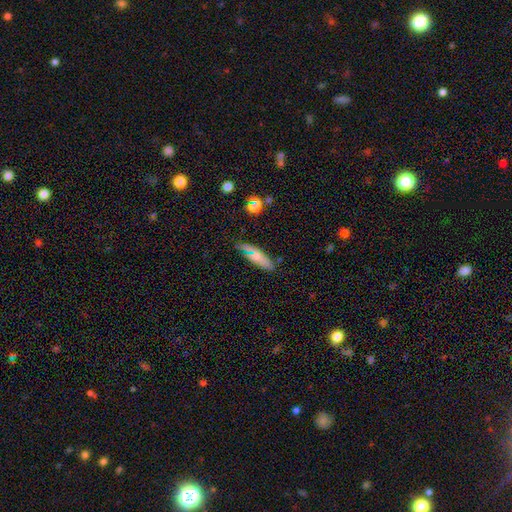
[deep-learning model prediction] Smooth or featured?
  - smooth: 67% *
  - featured or disk: 22%
  - star or artifact: 11%
How rounded?
  - cigar-shaped: 64% *
  - in between: 33%
  - round: 3%
Merging?
  - none: 75% *
  - minor disturbance: 17%
  - major disturbance: 5%
  - merger: 3%